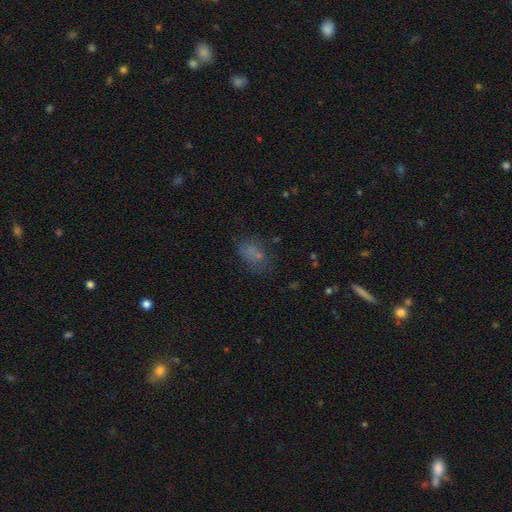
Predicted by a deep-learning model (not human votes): Morphology: type=smooth (66%); roundness=in between (84%); merging=none (59%).